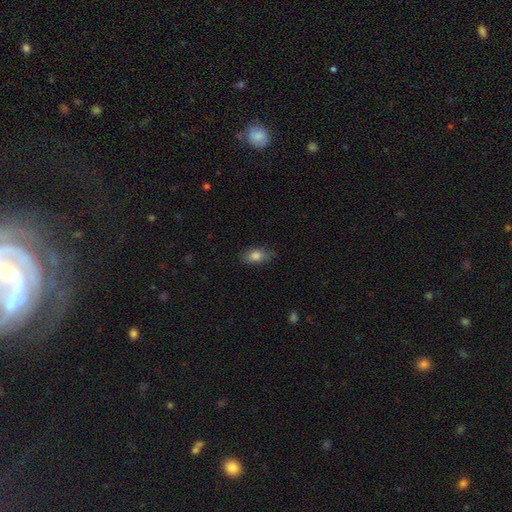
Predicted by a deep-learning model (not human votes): Morphology: type=smooth (82%); roundness=in between (85%); merging=none (74%).